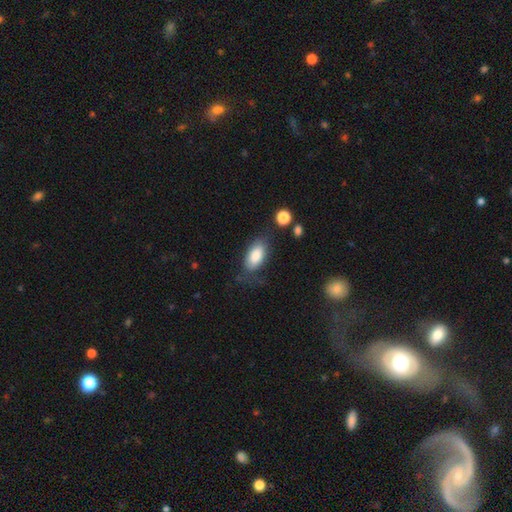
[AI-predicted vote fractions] Overall: smooth (83%). How rounded: in between (92%). Merging: none (64%).